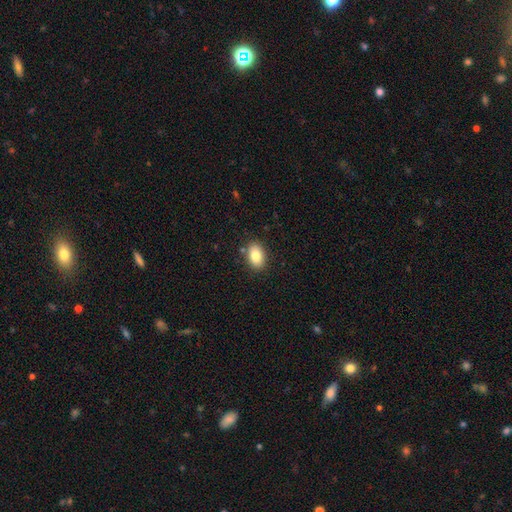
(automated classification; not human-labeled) A smooth galaxy with no disk features (83%) that is in between round and cigar-shaped (83%).

Vote fractions:
- Smooth or featured? smooth: 83% / featured or disk: 9% / star or artifact: 8%
- How rounded? in between: 83% / round: 15% / cigar-shaped: 1%
- Merging? none: 86% / minor disturbance: 9% / merger: 2% / major disturbance: 2%